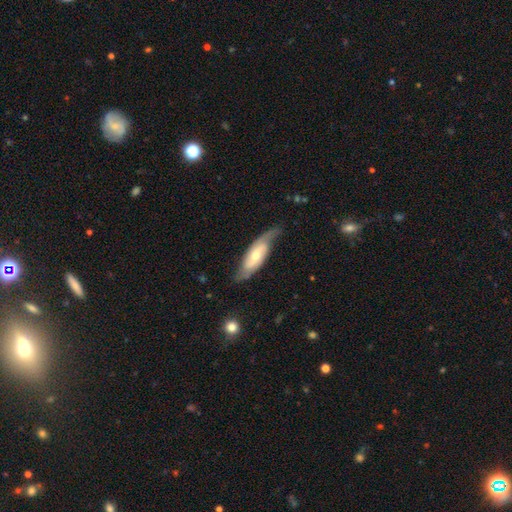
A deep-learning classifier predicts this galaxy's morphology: Overall: featured or disk (67%; smooth 27%). Edge-on disk: no (81%). Bar: no (42%; weak 41%). Spiral arms: yes (87%). Bulge size: moderate (55%; small 39%). Merging: none (67%).